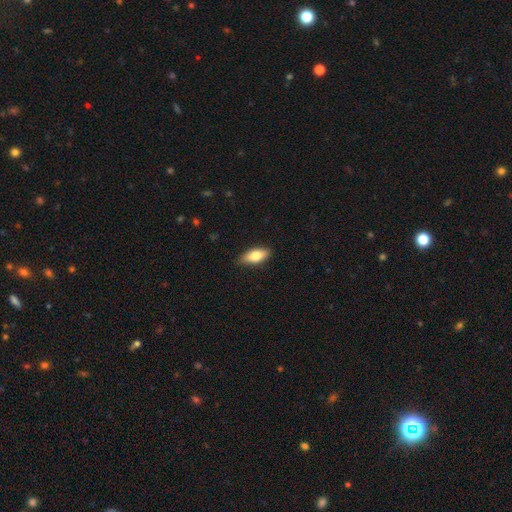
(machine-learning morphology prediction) smooth_or_featured: smooth (p=0.77) [alt: featured or disk p=0.16]
how_rounded: in between (p=0.83) [alt: cigar-shaped p=0.14]
merging: none (p=0.87) [alt: minor disturbance p=0.10]